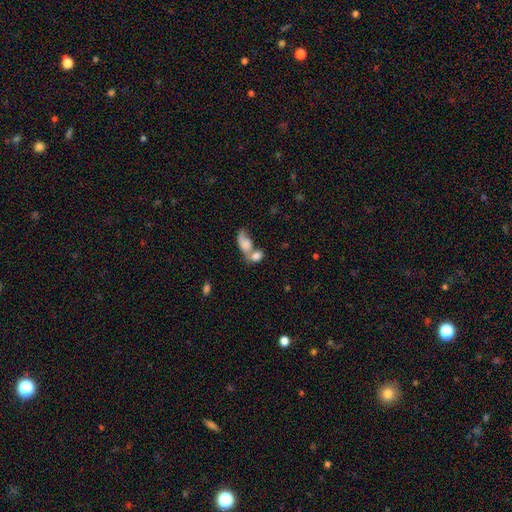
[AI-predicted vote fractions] Smooth or featured? smooth (74%)
How rounded? in between (79%)
Merging? merger (68%)